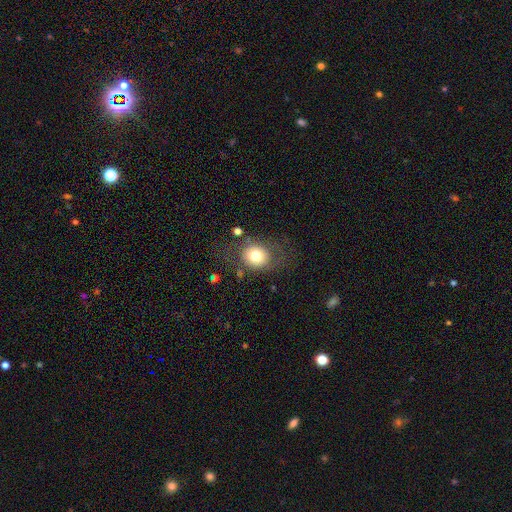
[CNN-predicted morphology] This appears to be a smooth galaxy with no disk features (73%) that is round (66%). Merging: none (66%).